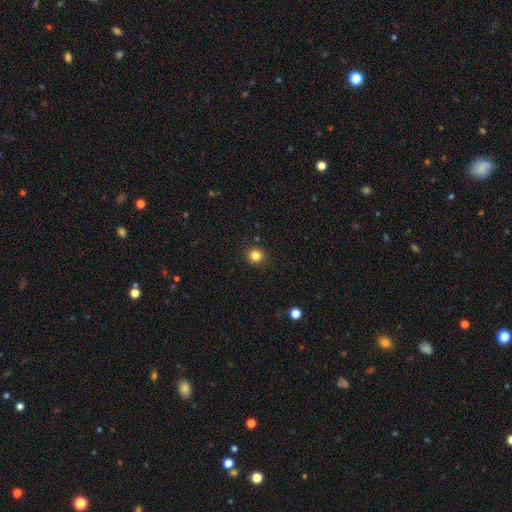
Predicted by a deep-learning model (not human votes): Smooth or featured?
  - smooth: 83% *
  - star or artifact: 13%
  - featured or disk: 5%
How rounded?
  - round: 90% *
  - in between: 9%
  - cigar-shaped: 1%
Merging?
  - none: 90% *
  - minor disturbance: 7%
  - major disturbance: 2%
  - merger: 1%